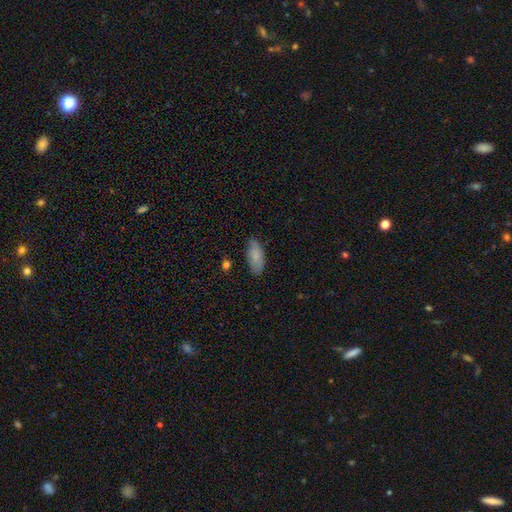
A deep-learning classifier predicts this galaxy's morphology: The model was most divided on "merging": none: 82%, minor disturbance: 14%, major disturbance: 3%, merger: 2%. More confident: smooth or featured — smooth (85%); how rounded — in between (84%).